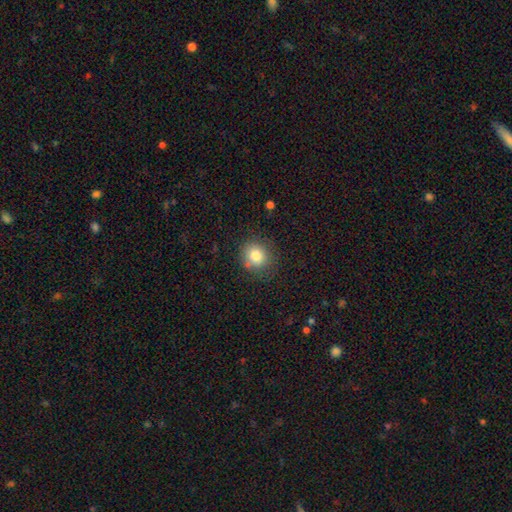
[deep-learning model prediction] A smooth galaxy with no disk features (81%) that is round (82%).

Vote fractions:
- Smooth or featured? smooth: 81% / star or artifact: 10% / featured or disk: 8%
- How rounded? round: 82% / in between: 17% / cigar-shaped: 1%
- Merging? none: 78% / minor disturbance: 14% / major disturbance: 4% / merger: 3%